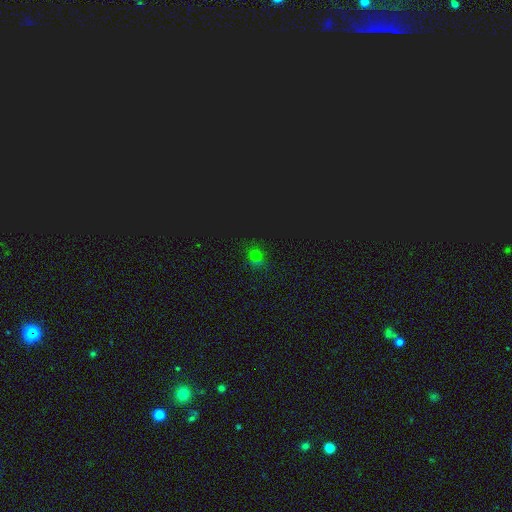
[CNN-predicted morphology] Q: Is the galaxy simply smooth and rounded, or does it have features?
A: smooth — 53%.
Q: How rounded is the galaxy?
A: round — 75%.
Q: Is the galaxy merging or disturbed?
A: none — 77%.